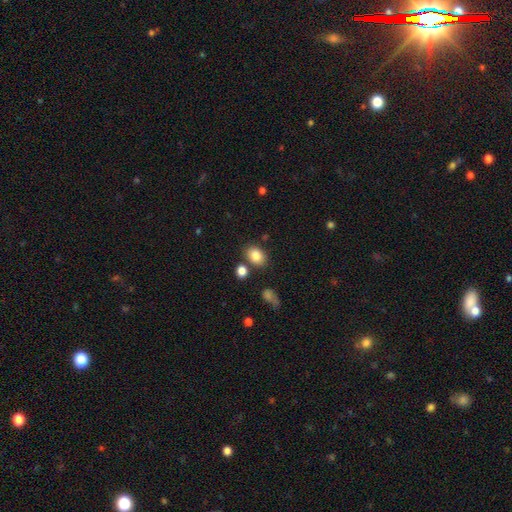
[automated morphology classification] The model was most divided on "how rounded": in between: 65%, round: 34%, cigar-shaped: 1%. More confident: smooth or featured — smooth (83%); merging — none (77%).